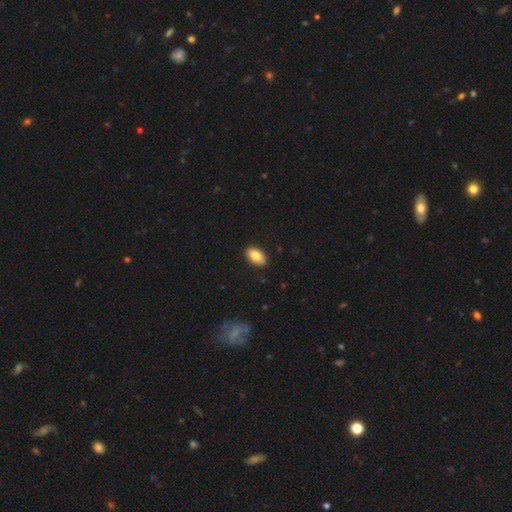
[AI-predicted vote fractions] smooth_or_featured: smooth (p=0.82) [alt: featured or disk p=0.11]
how_rounded: in between (p=0.93) [alt: round p=0.05]
merging: none (p=0.89) [alt: minor disturbance p=0.08]